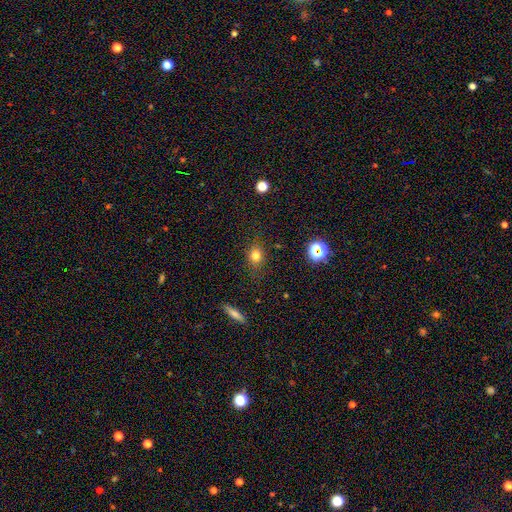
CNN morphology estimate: This is likely a smooth galaxy (77%). How rounded: possibly round (50%). Merging: clearly none (81%).